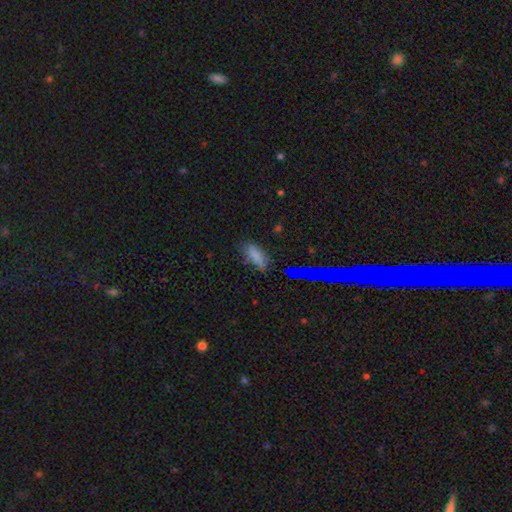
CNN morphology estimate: This is likely a smooth galaxy (76%). How rounded: likely in between (69%). Merging: likely none (66%).